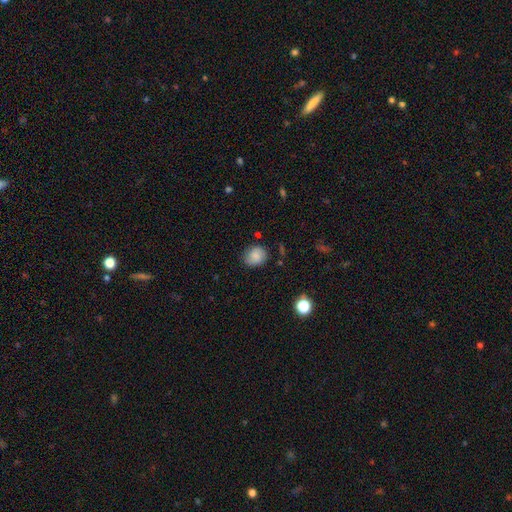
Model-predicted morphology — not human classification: Smooth or featured? Predicted: smooth (p=0.81). How rounded? Predicted: round (p=0.64). Merging? Predicted: none (p=0.78).